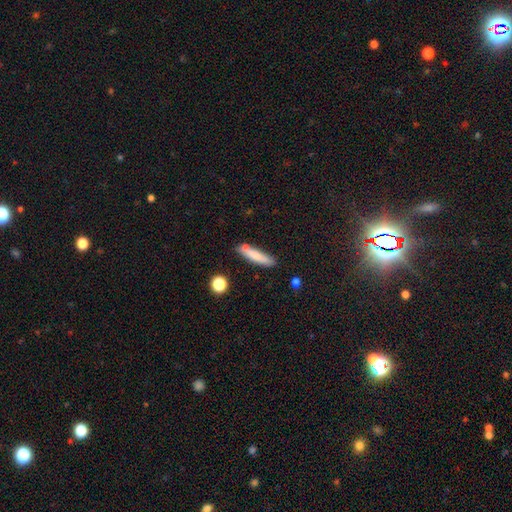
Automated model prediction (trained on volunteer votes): Smooth or featured? smooth (76%)
How rounded? cigar-shaped (82%)
Merging? none (72%)